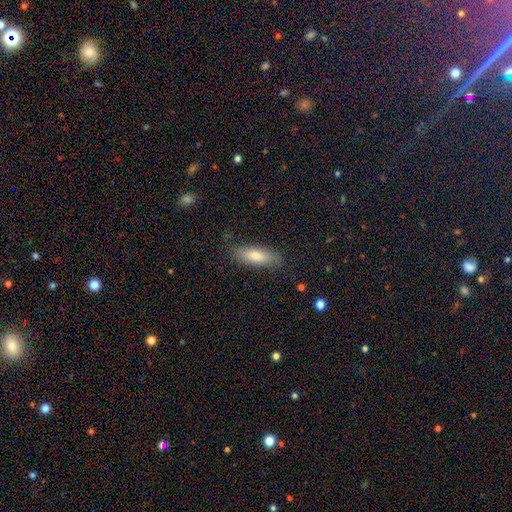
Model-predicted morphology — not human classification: Overall: smooth (75%). How rounded: in between (64%; cigar-shaped 34%). Merging: none (83%).